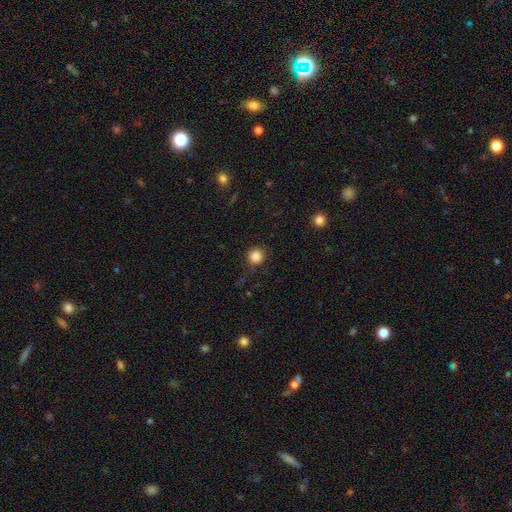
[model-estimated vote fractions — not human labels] This appears to be a smooth galaxy with no disk features (85%) that is round (94%). Merging: none (82%).